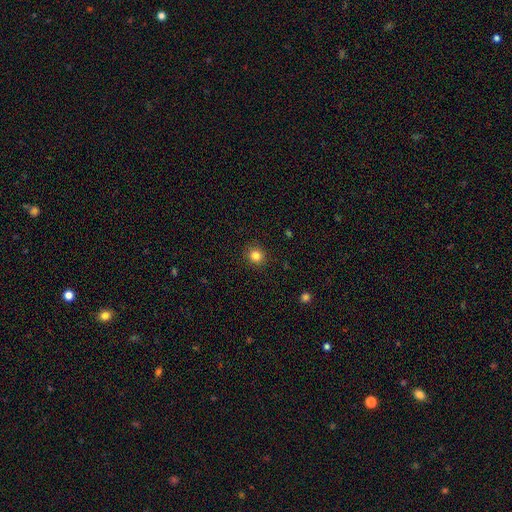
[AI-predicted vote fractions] smooth-or-featured: smooth: 83% | star or artifact: 12% | featured or disk: 5%
  how-rounded: round: 88% | in between: 12% | cigar-shaped: 1%
  merging: none: 91% | minor disturbance: 6% | major disturbance: 2% | merger: 1%